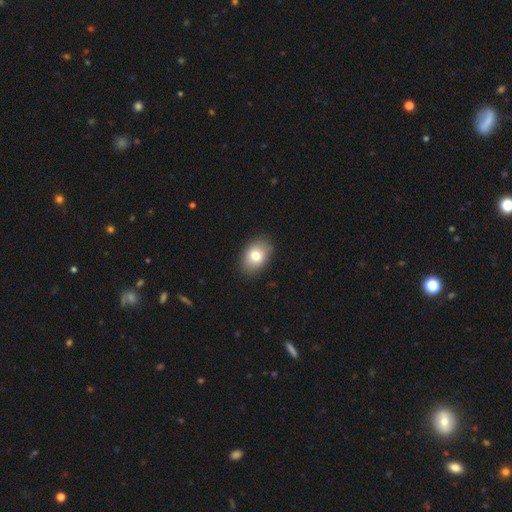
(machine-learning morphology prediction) Smooth or featured: smooth — 78% (featured or disk — 14%)
How rounded: in between — 82% (round — 16%)
Merging: none — 87% (minor disturbance — 9%)